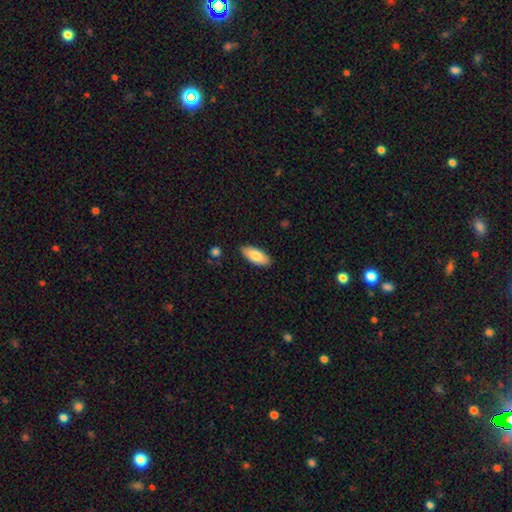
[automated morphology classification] Smooth or featured?
  - smooth: 81% *
  - featured or disk: 13%
  - star or artifact: 6%
How rounded?
  - in between: 83% *
  - cigar-shaped: 15%
  - round: 2%
Merging?
  - none: 87% *
  - minor disturbance: 9%
  - major disturbance: 2%
  - merger: 1%